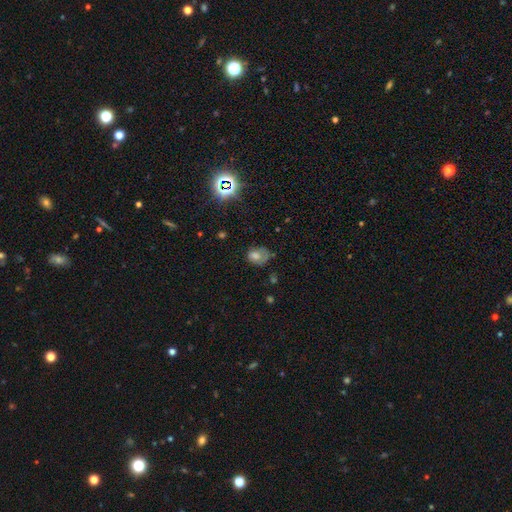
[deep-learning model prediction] Overall: smooth (62%). How rounded: in between (59%; round 40%). Merging: none (45%; minor disturbance 33%).